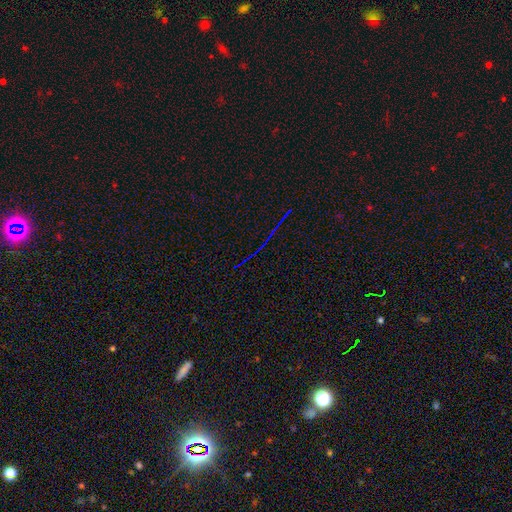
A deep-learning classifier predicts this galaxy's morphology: smooth-or-featured: star or artifact: 80% | featured or disk: 11% | smooth: 9%